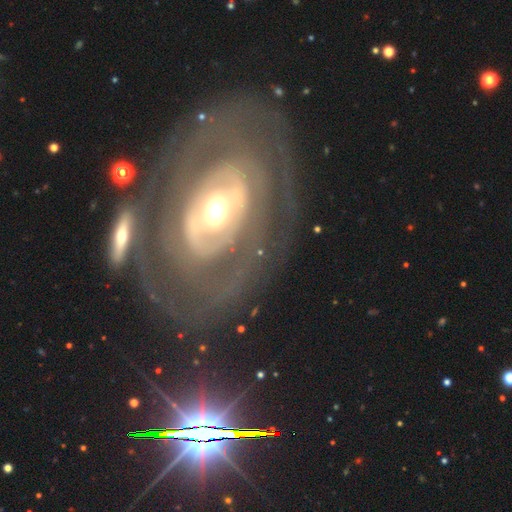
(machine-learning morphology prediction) smooth_or_featured: featured or disk (p=0.79) [alt: smooth p=0.12]
disk_edge_on: no (p=0.93) [alt: yes p=0.07]
bar: no (p=0.49) [alt: weak p=0.27]
has_spiral_arms: yes (p=0.58) [alt: no p=0.42]
bulge_size: moderate (p=0.65) [alt: large p=0.16]
merging: none (p=0.71) [alt: minor disturbance p=0.13]